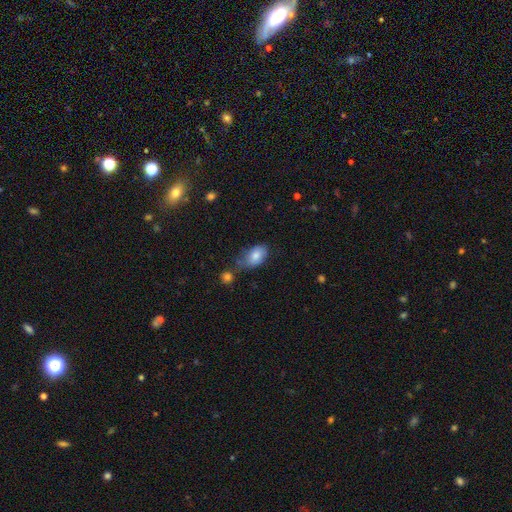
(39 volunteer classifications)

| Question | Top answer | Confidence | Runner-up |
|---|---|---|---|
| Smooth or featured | smooth | 82% | featured or disk (15%) |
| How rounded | in between | 88% | round (9%) |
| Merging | none | 55% | minor disturbance (34%) |